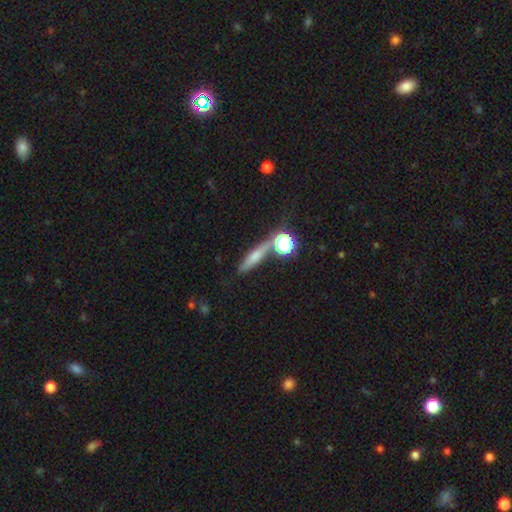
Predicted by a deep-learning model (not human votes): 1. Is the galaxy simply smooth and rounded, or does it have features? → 55% smooth, 30% featured or disk, 16% star or artifact.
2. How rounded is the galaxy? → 64% cigar-shaped, 20% in between, 17% round.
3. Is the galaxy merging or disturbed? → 69% none, 14% merger, 12% minor disturbance, 5% major disturbance.